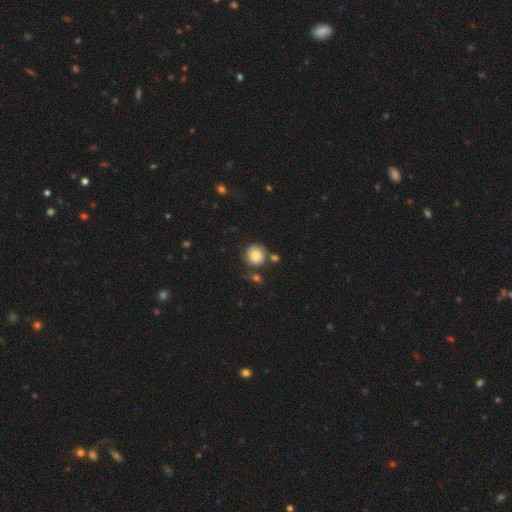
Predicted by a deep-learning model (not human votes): A smooth galaxy with no disk features (80%) that is round (91%).

Vote fractions:
- Smooth or featured? smooth: 80% / featured or disk: 11% / star or artifact: 8%
- How rounded? round: 91% / in between: 8% / cigar-shaped: 1%
- Merging? none: 66% / minor disturbance: 16% / merger: 12% / major disturbance: 6%